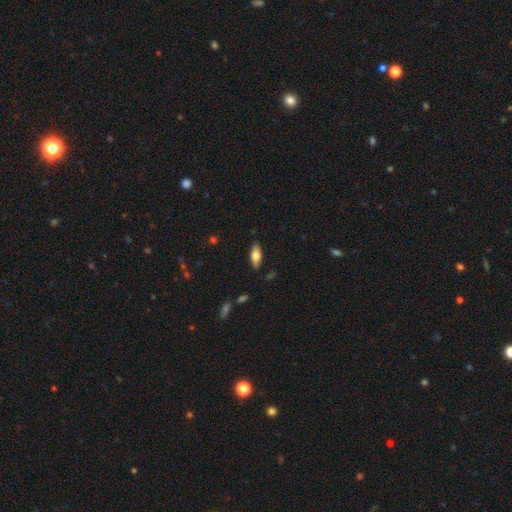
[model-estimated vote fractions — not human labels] The model was most divided on "smooth or featured": smooth: 66%, featured or disk: 28%, star or artifact: 6%. More confident: merging — none (87%); how rounded — in between (74%).